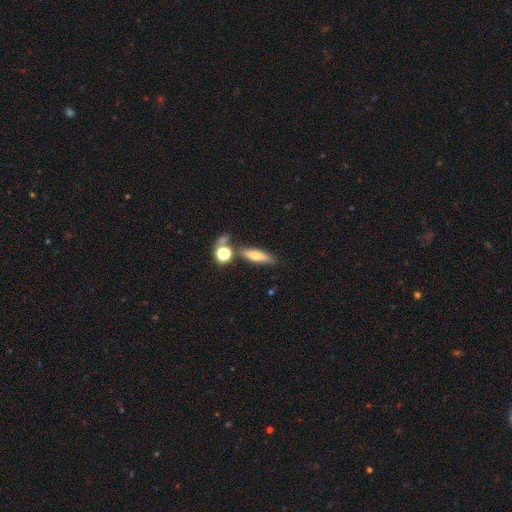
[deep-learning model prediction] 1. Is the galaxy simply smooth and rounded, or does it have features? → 65% smooth, 25% featured or disk, 10% star or artifact.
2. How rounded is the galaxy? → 58% cigar-shaped, 37% in between, 5% round.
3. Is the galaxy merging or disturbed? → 67% none, 16% minor disturbance, 12% merger, 5% major disturbance.